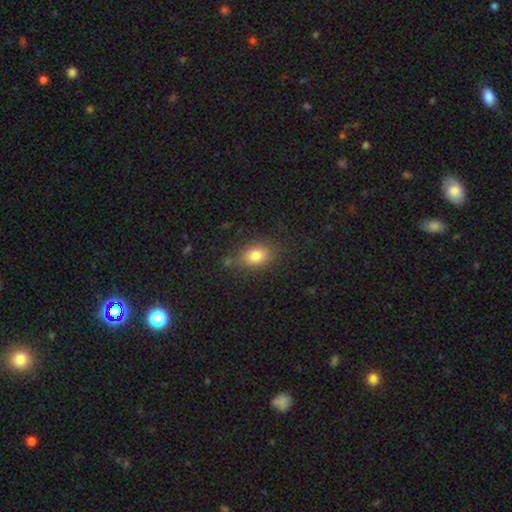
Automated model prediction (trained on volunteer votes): Smooth or featured? Predicted: smooth (p=0.80). How rounded? Predicted: in between (p=0.79). Merging? Predicted: none (p=0.74).